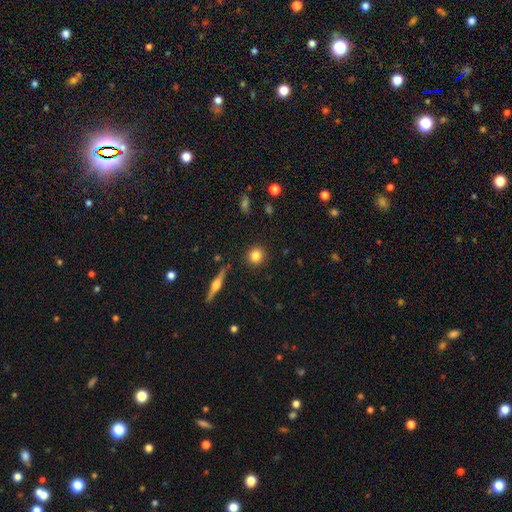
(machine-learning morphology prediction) Overall: smooth (81%). How rounded: round (91%). Merging: none (90%).